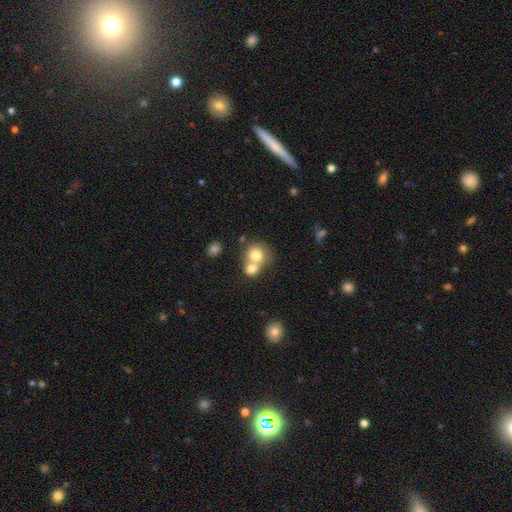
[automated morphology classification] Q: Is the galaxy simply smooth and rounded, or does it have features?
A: smooth — 75%.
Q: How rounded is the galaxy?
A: round — 79%.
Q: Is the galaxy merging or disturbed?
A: merger — 59%.